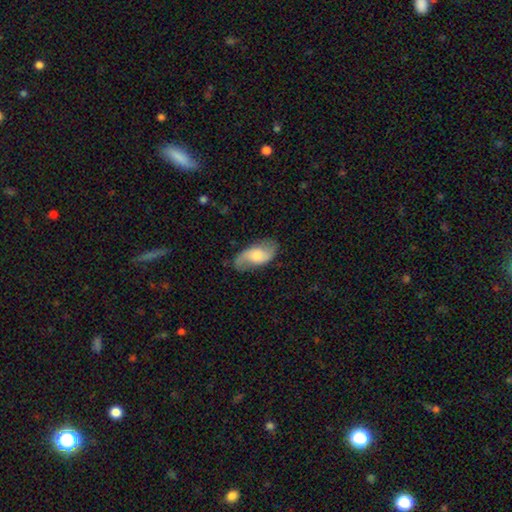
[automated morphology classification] A featured or disk galaxy (61%) with no bar (56%), 2 (88%) loose (59%) spiral arms (91%) and a moderate central bulge (48%). Merging: none (77%).